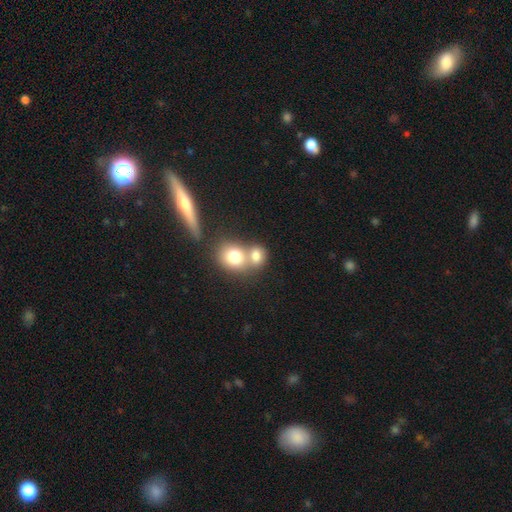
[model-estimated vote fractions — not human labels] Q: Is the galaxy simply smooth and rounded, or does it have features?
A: smooth — 77%.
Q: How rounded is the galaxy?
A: round — 57%.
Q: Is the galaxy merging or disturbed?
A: merger — 56%.